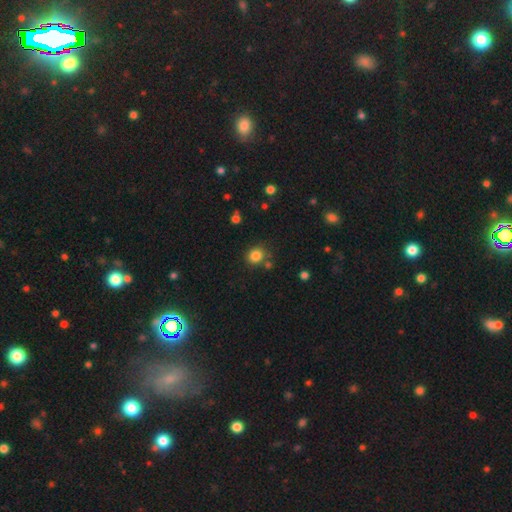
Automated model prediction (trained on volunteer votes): Q: Smooth or featured?
A: smooth (83%); runner-up: star or artifact (12%)
Q: How rounded?
A: round (78%); runner-up: in between (22%)
Q: Merging?
A: none (76%); runner-up: minor disturbance (12%)